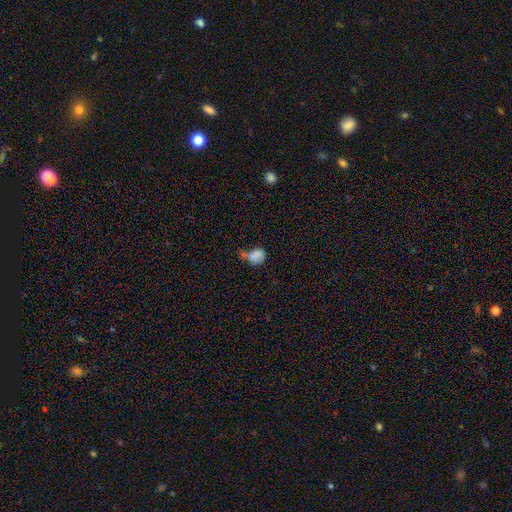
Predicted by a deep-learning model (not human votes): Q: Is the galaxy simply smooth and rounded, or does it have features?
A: smooth — 75%.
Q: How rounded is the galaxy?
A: in between — 59%.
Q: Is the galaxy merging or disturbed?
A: minor disturbance — 28%.